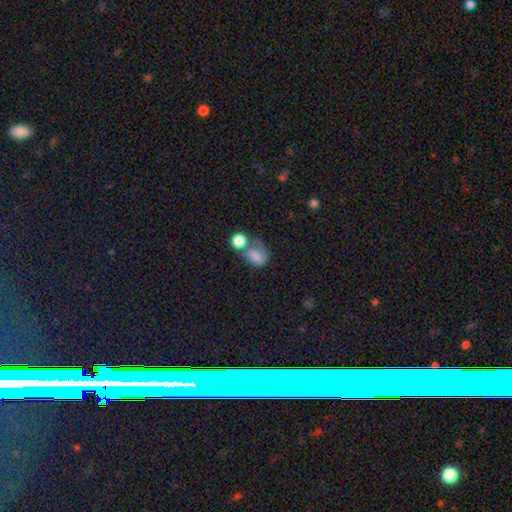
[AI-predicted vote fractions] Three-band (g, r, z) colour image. It shows a smooth galaxy with no disk features (75%) that is in between round and cigar-shaped (62%). Merging: merger (43%).